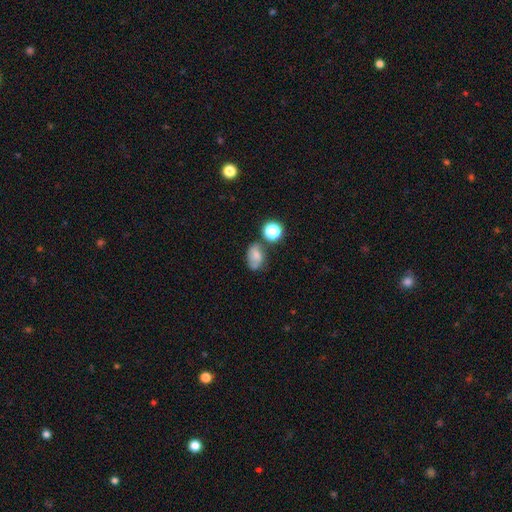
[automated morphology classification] The model was most divided on "merging": none: 50%, minor disturbance: 25%, merger: 14%, major disturbance: 10%. More confident: how rounded — in between (74%); smooth or featured — smooth (62%).